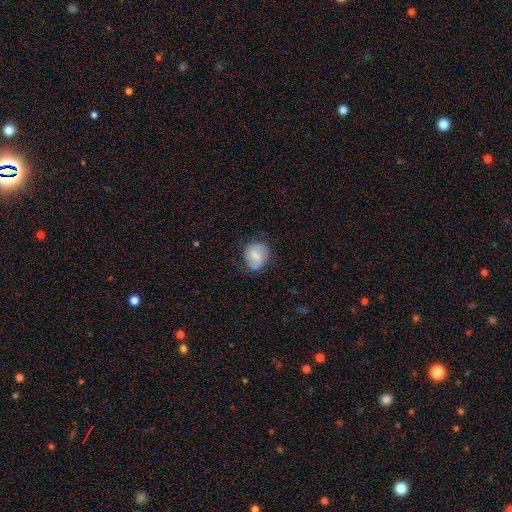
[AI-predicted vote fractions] Smooth or featured?
  - smooth: 71% *
  - featured or disk: 22%
  - star or artifact: 7%
How rounded?
  - round: 68% *
  - in between: 31%
  - cigar-shaped: 1%
Merging?
  - none: 60% *
  - minor disturbance: 30%
  - major disturbance: 9%
  - merger: 2%